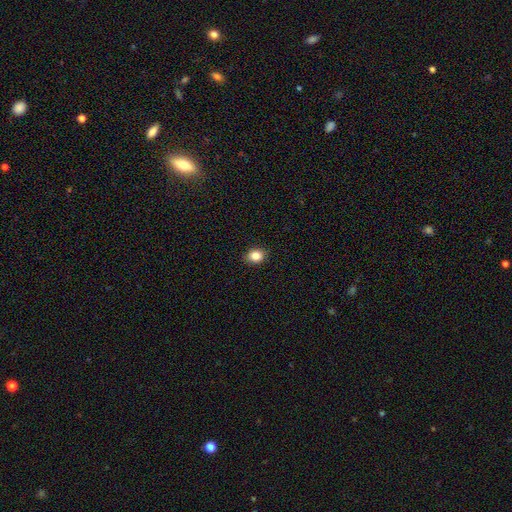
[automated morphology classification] A smooth galaxy with no disk features (85%) that is in between round and cigar-shaped (52%). Merging: none (90%).